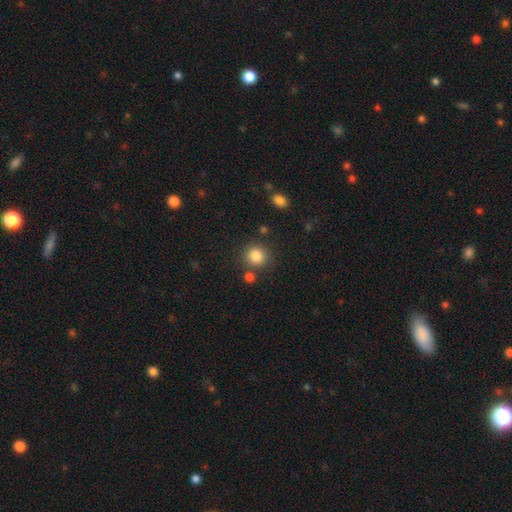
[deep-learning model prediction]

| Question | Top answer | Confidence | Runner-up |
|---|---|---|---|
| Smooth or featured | smooth | 84% | star or artifact (11%) |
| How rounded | round | 88% | in between (11%) |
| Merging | none | 79% | minor disturbance (9%) |